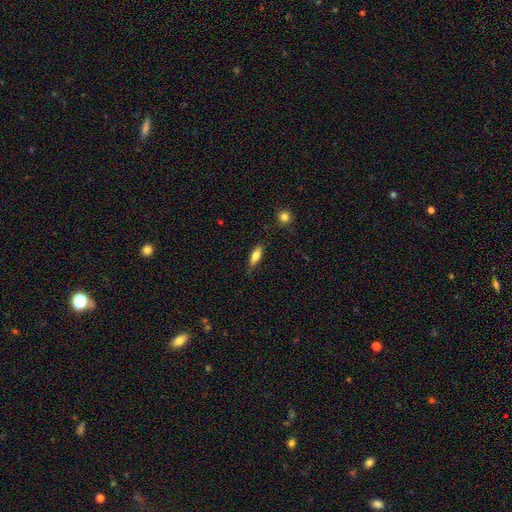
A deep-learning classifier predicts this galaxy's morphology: smooth 74%, featured or disk 19%, star or artifact 7%. Down the decision tree: how rounded — in between (62%); merging — none (78%).